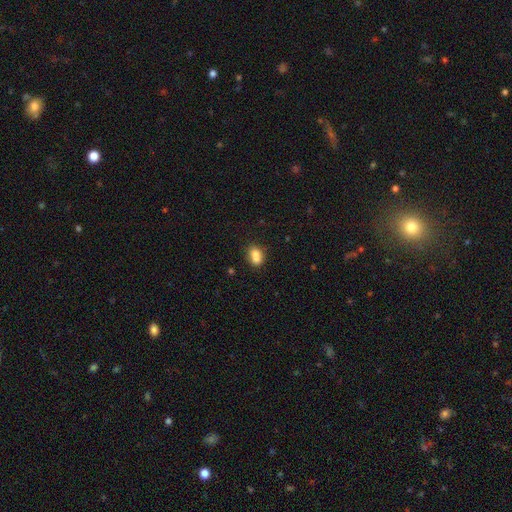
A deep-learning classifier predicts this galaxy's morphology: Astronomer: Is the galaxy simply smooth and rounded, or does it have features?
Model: smooth — 77%.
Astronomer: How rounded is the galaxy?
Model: in between — 65%.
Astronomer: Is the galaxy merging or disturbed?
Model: none — 45% (runner-up: merger, 35%).